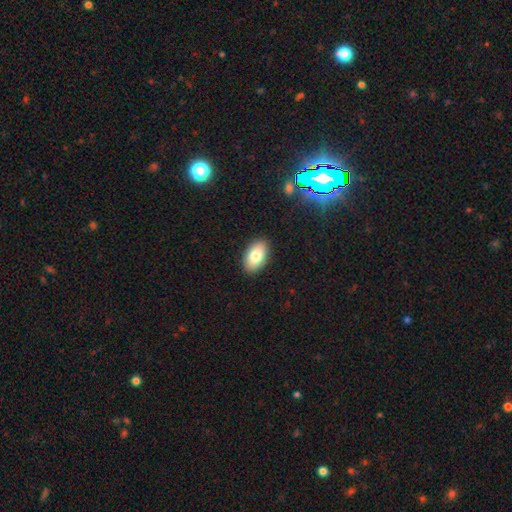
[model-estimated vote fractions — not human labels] smooth 80%, featured or disk 12%, star or artifact 7%. Down the decision tree: how rounded — in between (93%); merging — none (90%).